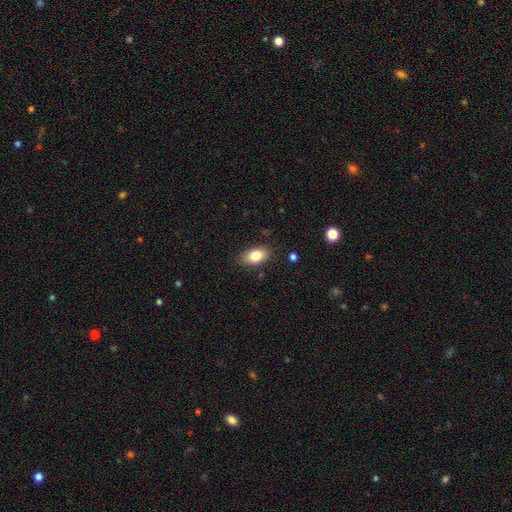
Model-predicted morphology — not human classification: Smooth or featured: smooth — 81% (featured or disk — 11%)
How rounded: in between — 90% (round — 7%)
Merging: none — 86% (minor disturbance — 10%)